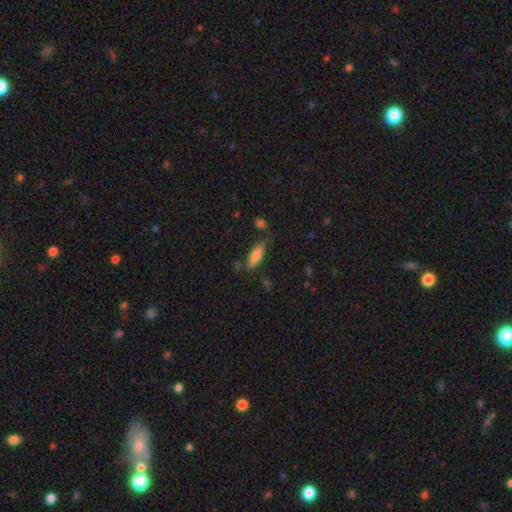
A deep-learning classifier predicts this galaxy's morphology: Q: Smooth or featured?
A: smooth (81%); runner-up: featured or disk (12%)
Q: How rounded?
A: in between (61%); runner-up: cigar-shaped (37%)
Q: Merging?
A: none (70%); runner-up: minor disturbance (20%)